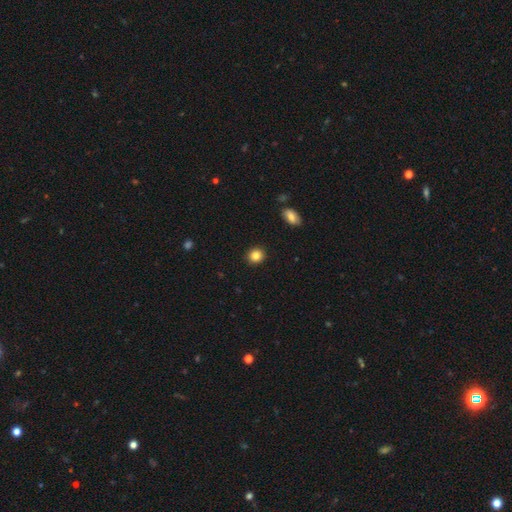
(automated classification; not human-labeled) smooth_or_featured: smooth (p=0.84) [alt: star or artifact p=0.10]
how_rounded: round (p=0.86) [alt: in between p=0.14]
merging: none (p=0.92) [alt: minor disturbance p=0.05]